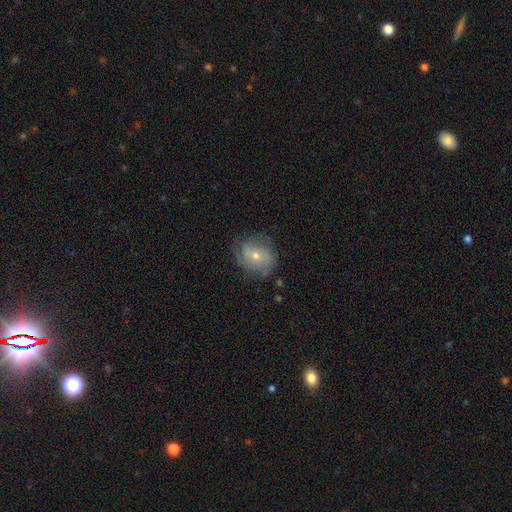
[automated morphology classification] This appears to be a featured or disk galaxy (63%) with no bar (72%), tight (48%) spiral arms (84%) and a small central bulge (48%, tied with moderate). Merging: none (71%).